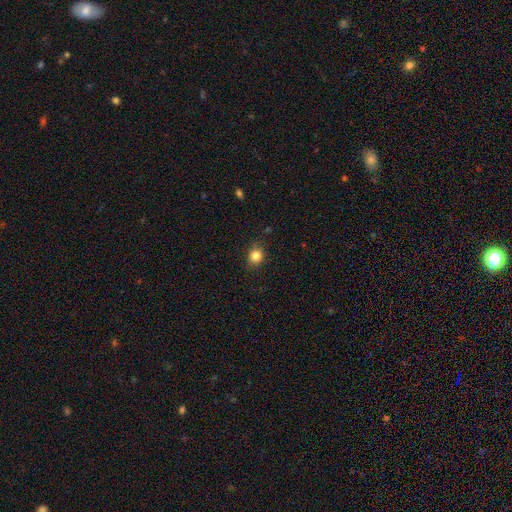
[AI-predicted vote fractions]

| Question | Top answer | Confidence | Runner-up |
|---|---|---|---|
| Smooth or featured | smooth | 84% | star or artifact (11%) |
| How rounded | round | 75% | in between (24%) |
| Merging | none | 84% | minor disturbance (13%) |